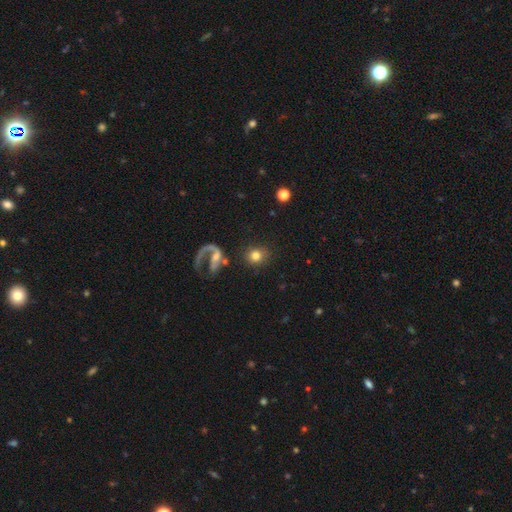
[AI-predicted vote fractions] smooth_or_featured: smooth (p=0.73) [alt: featured or disk p=0.17]
how_rounded: round (p=0.84) [alt: in between p=0.15]
merging: none (p=0.76) [alt: minor disturbance p=0.09]